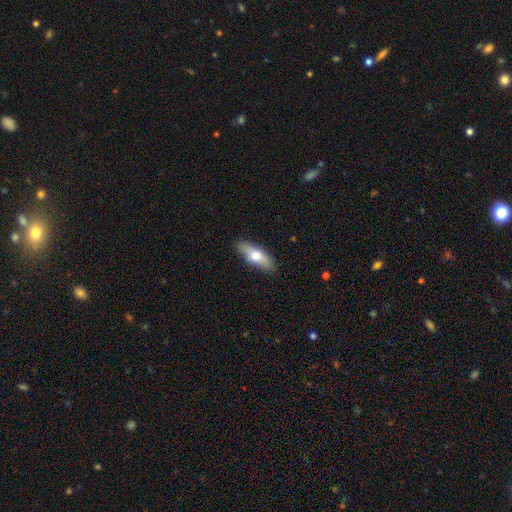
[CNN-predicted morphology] Smooth or featured?
  - smooth: 63% *
  - featured or disk: 31%
  - star or artifact: 6%
How rounded?
  - in between: 61% *
  - cigar-shaped: 36%
  - round: 3%
Merging?
  - none: 87% *
  - minor disturbance: 10%
  - major disturbance: 2%
  - merger: 1%